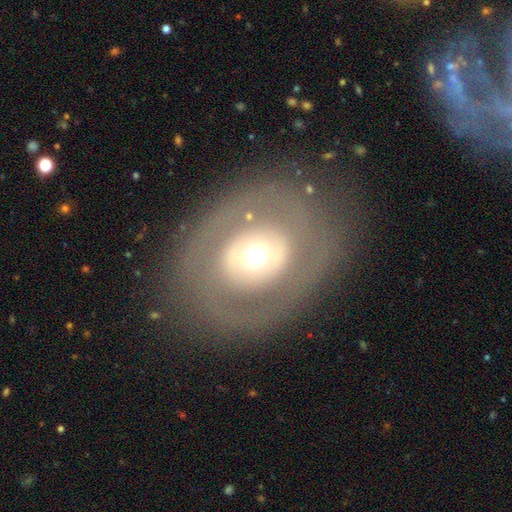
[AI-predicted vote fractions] featured or disk 58%, smooth 34%, star or artifact 7%. Down the decision tree: edge-on disk — no (93%); bar — no (80%); spiral arms — no (84%); bulge size — moderate (59%); merging — none (79%).